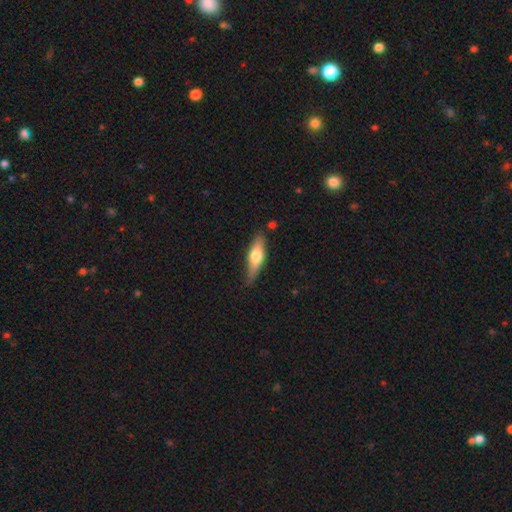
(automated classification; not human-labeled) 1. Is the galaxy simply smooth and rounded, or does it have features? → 53% smooth, 42% featured or disk, 6% star or artifact.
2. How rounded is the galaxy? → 56% cigar-shaped, 41% in between, 3% round.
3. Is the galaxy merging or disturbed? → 75% none, 19% minor disturbance, 4% major disturbance, 3% merger.